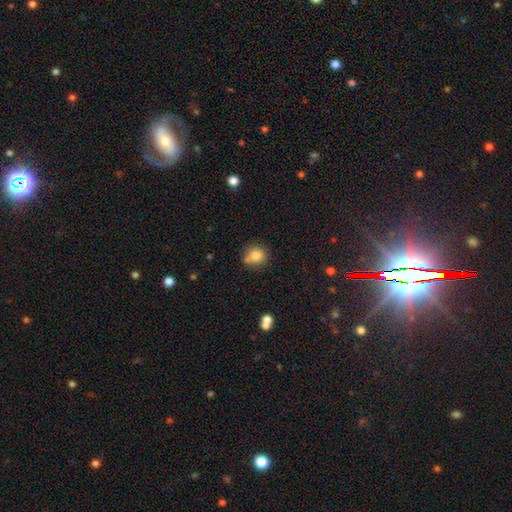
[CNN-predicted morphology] This is clearly a smooth galaxy (81%). How rounded: clearly round (85%). Merging: likely none (67%).